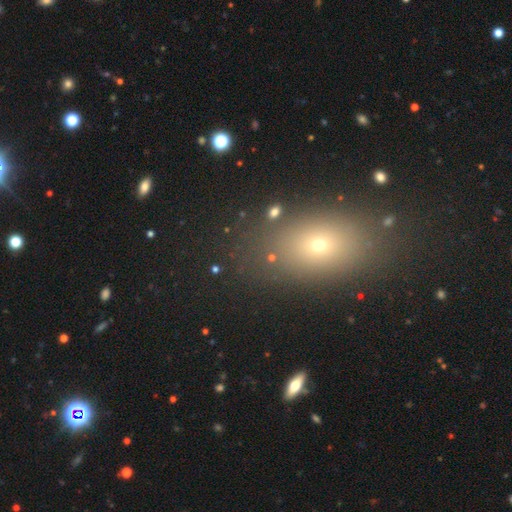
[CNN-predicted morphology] The model was most divided on "smooth or featured": smooth: 61%, star or artifact: 26%, featured or disk: 13%. More confident: merging — none (85%); how rounded — in between (72%).